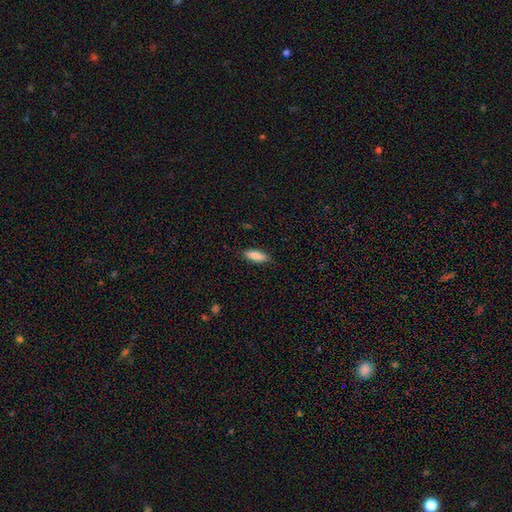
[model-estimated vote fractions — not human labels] Smooth or featured?
  - smooth: 85% *
  - featured or disk: 8%
  - star or artifact: 6%
How rounded?
  - in between: 60% *
  - cigar-shaped: 38%
  - round: 2%
Merging?
  - none: 84% *
  - minor disturbance: 12%
  - major disturbance: 2%
  - merger: 1%